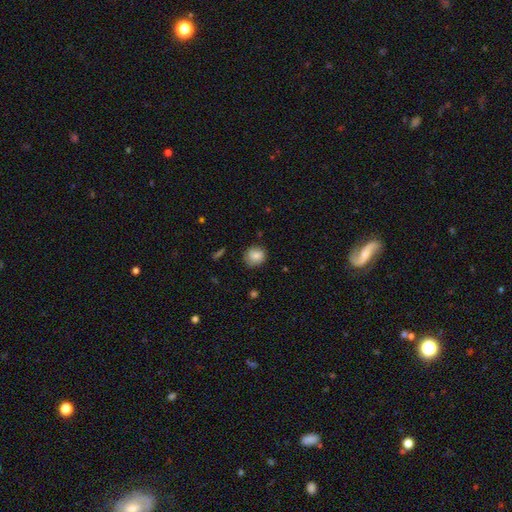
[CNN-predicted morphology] Smooth or featured?
  - smooth: 78% *
  - featured or disk: 13%
  - star or artifact: 8%
How rounded?
  - round: 80% *
  - in between: 19%
  - cigar-shaped: 1%
Merging?
  - none: 73% *
  - minor disturbance: 21%
  - major disturbance: 4%
  - merger: 2%